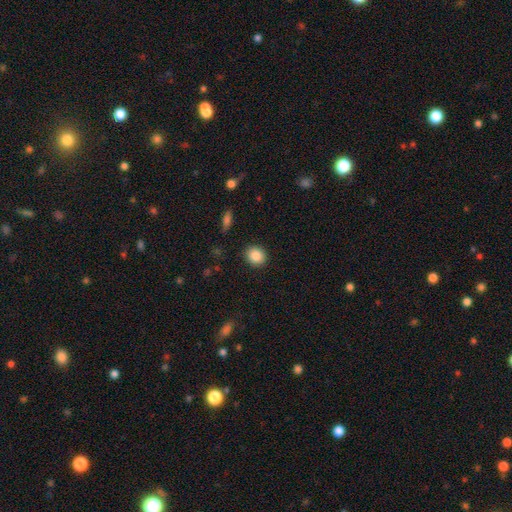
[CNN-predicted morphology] smooth-or-featured: smooth: 88% | star or artifact: 8% | featured or disk: 4%
  how-rounded: round: 76% | in between: 23% | cigar-shaped: 1%
  merging: none: 90% | minor disturbance: 7% | major disturbance: 2% | merger: 1%